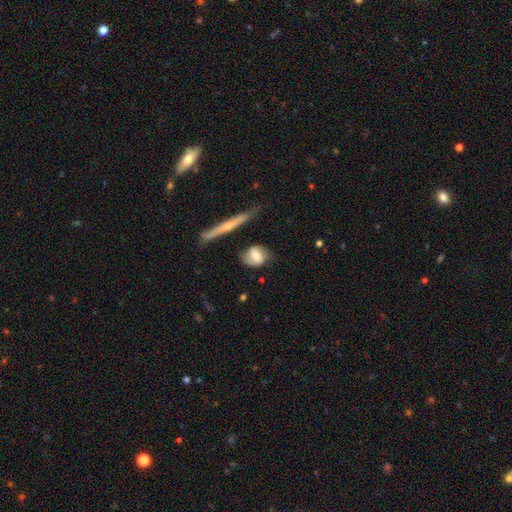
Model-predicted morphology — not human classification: A smooth galaxy with no disk features (57%) that is round (47%). Merging: none (69%).